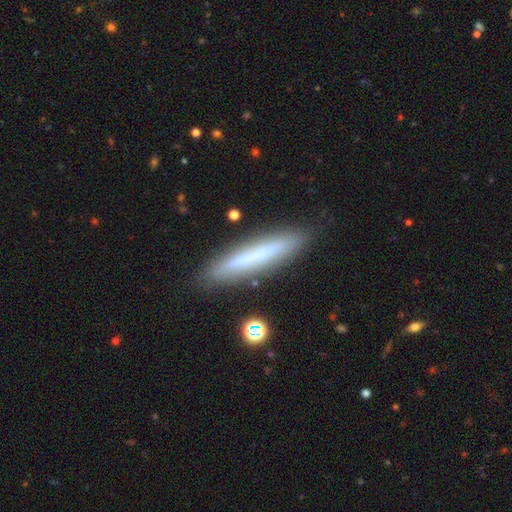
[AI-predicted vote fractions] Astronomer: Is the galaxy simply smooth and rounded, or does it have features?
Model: smooth — 54% (runner-up: featured or disk, 39%).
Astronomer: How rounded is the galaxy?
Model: cigar-shaped — 91%.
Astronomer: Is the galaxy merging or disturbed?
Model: none — 85%.